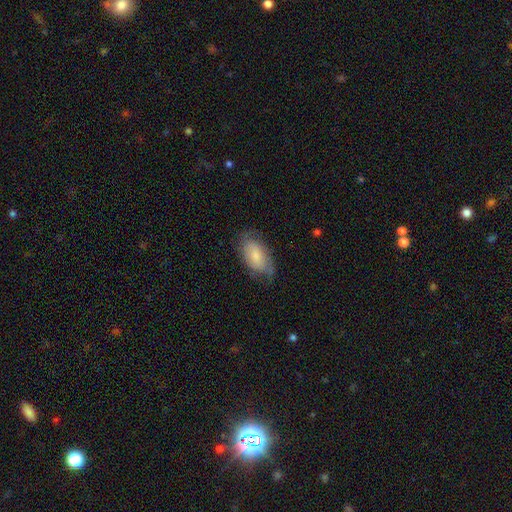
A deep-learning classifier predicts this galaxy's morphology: smooth_or_featured: smooth (p=0.68) [alt: featured or disk p=0.26]
how_rounded: in between (p=0.94) [alt: round p=0.04]
merging: none (p=0.63) [alt: minor disturbance p=0.27]